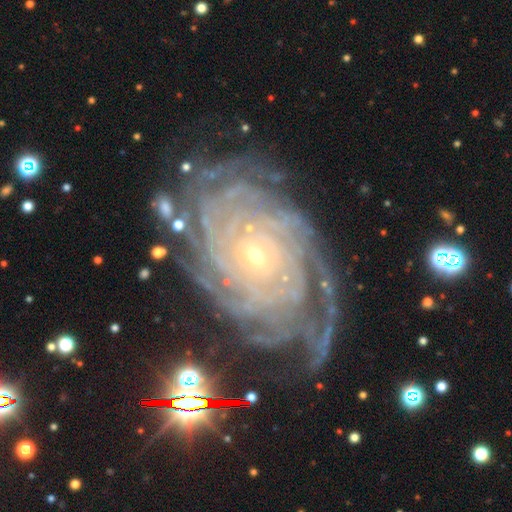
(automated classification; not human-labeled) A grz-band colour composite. It shows a featured or disk galaxy (90%) with no bar (73%), more than 4 (38%) tight (83%) spiral arms (98%) and a small central bulge (82%). Merging: none (71%).